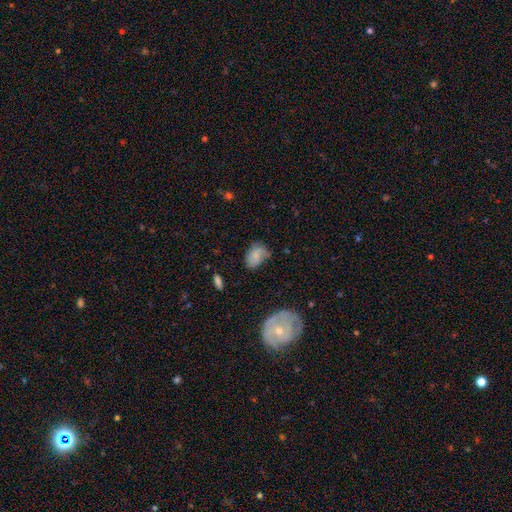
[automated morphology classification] A smooth galaxy with no disk features (68%) that is in between round and cigar-shaped (83%). Merging: none (46%).